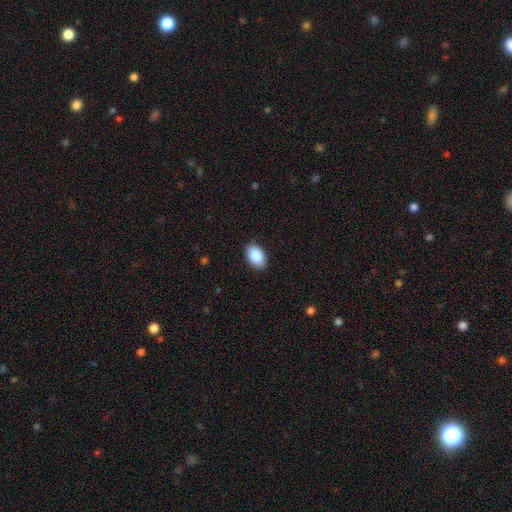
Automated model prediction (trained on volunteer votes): This appears to be a smooth galaxy with no disk features (90%) that is in between round and cigar-shaped (91%). Merging: none (88%).